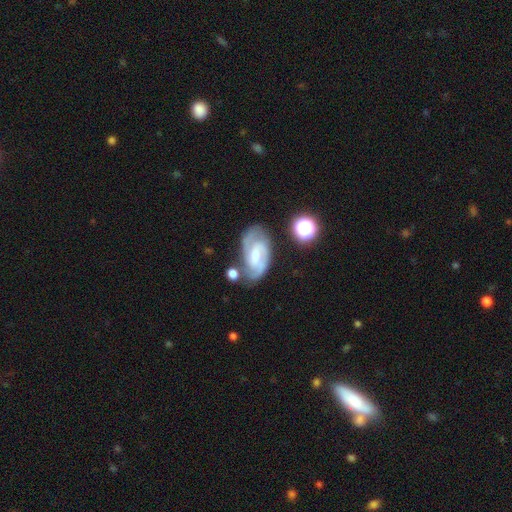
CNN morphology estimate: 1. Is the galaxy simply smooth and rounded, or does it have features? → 83% featured or disk, 11% smooth, 6% star or artifact.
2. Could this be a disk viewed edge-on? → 96% no, 4% yes.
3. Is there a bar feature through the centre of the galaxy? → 52% weak, 29% no, 18% strong.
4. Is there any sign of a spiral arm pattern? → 96% yes, 4% no.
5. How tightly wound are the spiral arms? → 46% tight, 45% medium, 9% loose.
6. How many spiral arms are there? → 71% 2, 12% 3, 11% can't tell, 2% 1, 2% 4, 2% more than 4.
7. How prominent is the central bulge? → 59% moderate, 35% small, 4% large, 2% none, 1% dominant.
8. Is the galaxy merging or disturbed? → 69% none, 18% minor disturbance, 6% merger, 6% major disturbance.